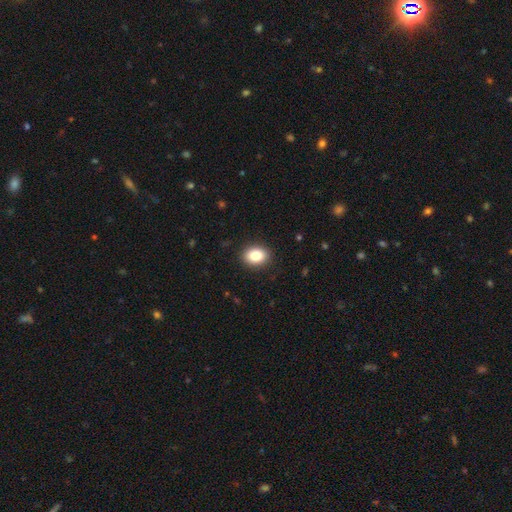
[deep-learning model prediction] This is clearly a smooth galaxy (85%). How rounded: likely in between (67%). Merging: clearly none (89%).